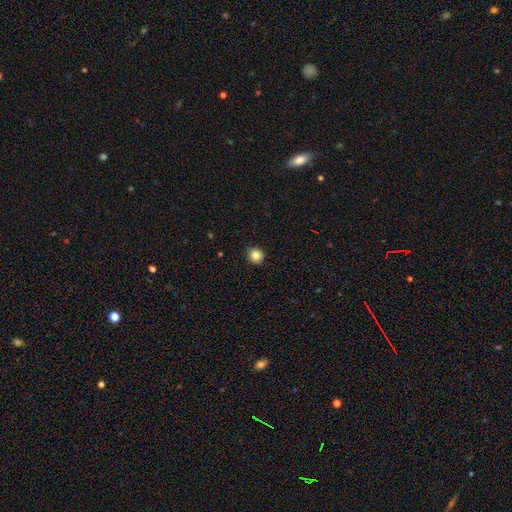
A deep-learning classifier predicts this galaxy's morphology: Smooth or featured: smooth — 85% (star or artifact — 11%)
How rounded: round — 89% (in between — 10%)
Merging: none — 91% (minor disturbance — 6%)